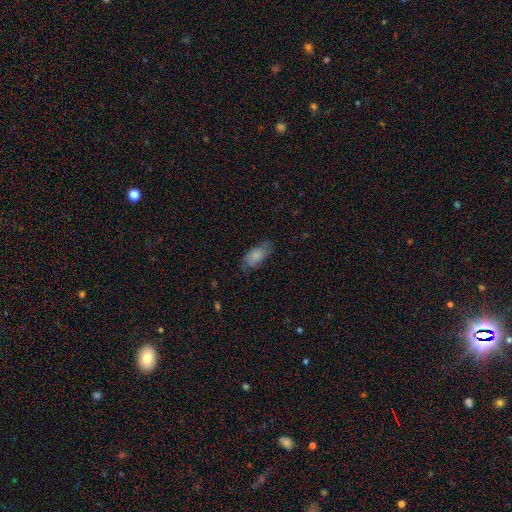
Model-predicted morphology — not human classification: This appears to be a smooth galaxy with no disk features (72%) that is in between round and cigar-shaped (88%). Merging: none (67%).